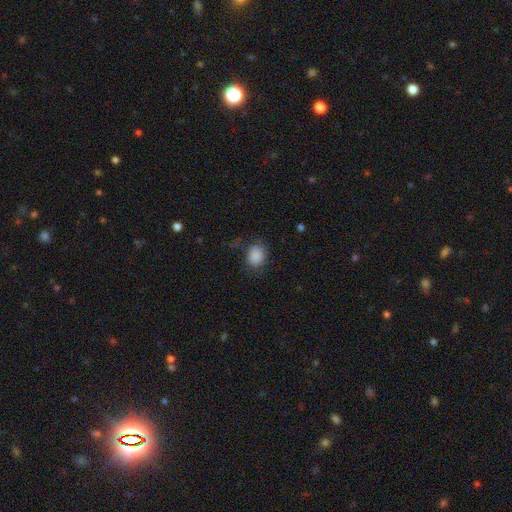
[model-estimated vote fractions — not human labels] A smooth galaxy with no disk features (87%) that is in between round and cigar-shaped (50%). Merging: none (73%).